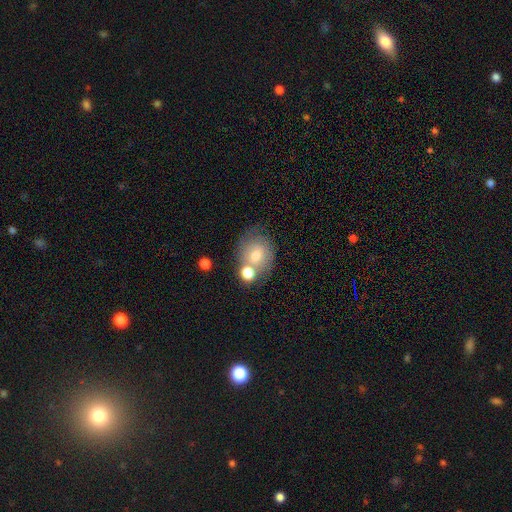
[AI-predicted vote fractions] This is likely a smooth galaxy (66%). How rounded: likely round (64%). Merging: possibly none (47%).